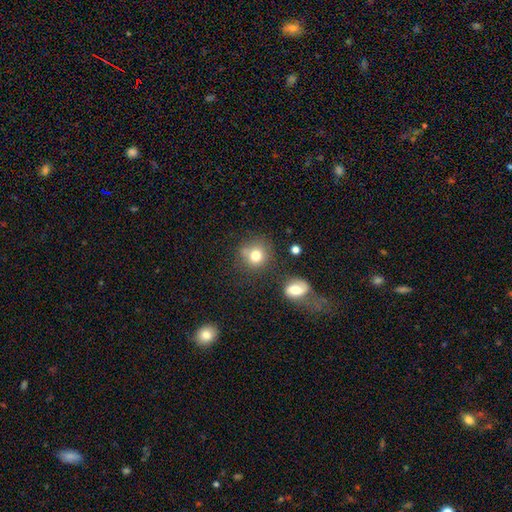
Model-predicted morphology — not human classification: A smooth galaxy with no disk features (79%) that is round (85%).

Vote fractions:
- Smooth or featured? smooth: 79% / featured or disk: 11% / star or artifact: 10%
- How rounded? round: 85% / in between: 14% / cigar-shaped: 1%
- Merging? none: 65% / minor disturbance: 18% / merger: 10% / major disturbance: 7%